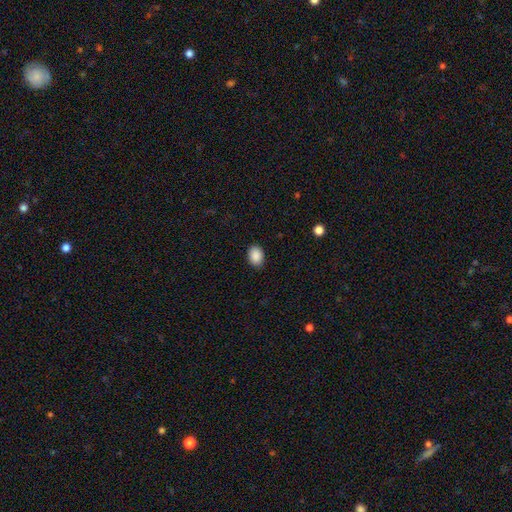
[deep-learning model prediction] Q: Smooth or featured?
A: smooth (89%); runner-up: star or artifact (8%)
Q: How rounded?
A: in between (70%); runner-up: round (29%)
Q: Merging?
A: none (88%); runner-up: minor disturbance (9%)